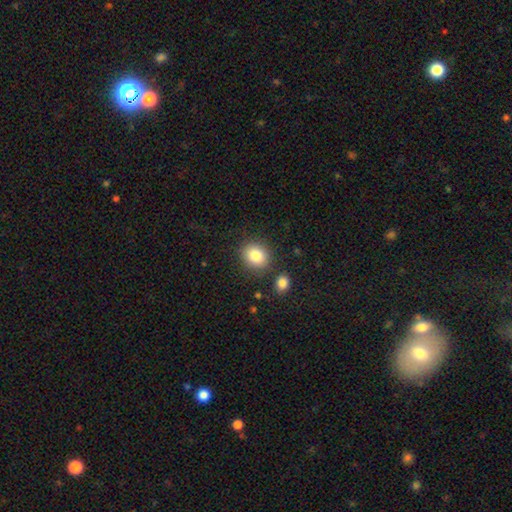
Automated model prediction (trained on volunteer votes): smooth 83%, star or artifact 9%, featured or disk 8%. Down the decision tree: how rounded — round (65%); merging — none (84%).